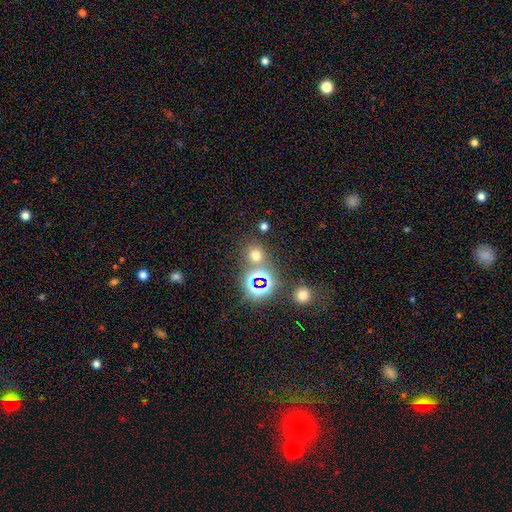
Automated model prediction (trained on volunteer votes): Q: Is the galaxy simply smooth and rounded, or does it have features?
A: smooth — 60%.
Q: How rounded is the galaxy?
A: round — 84%.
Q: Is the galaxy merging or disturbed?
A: none — 74%.